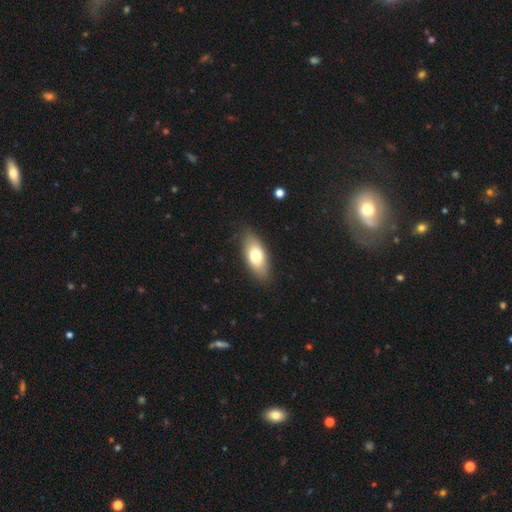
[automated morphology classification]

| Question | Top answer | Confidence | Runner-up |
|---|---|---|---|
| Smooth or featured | smooth | 73% | featured or disk (21%) |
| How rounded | in between | 84% | cigar-shaped (12%) |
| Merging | none | 84% | minor disturbance (12%) |